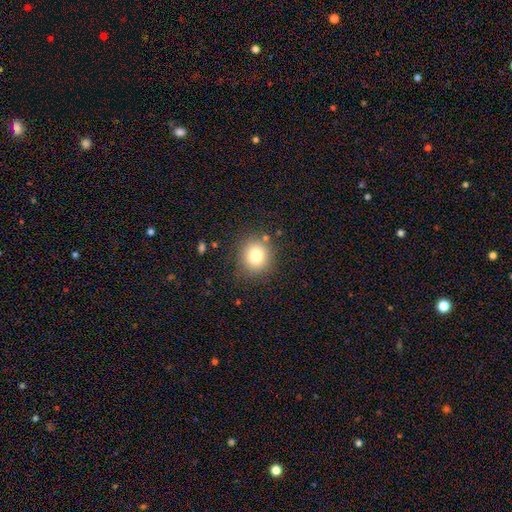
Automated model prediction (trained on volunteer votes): Smooth or featured?
  - smooth: 78% *
  - star or artifact: 12%
  - featured or disk: 10%
How rounded?
  - round: 83% *
  - in between: 16%
  - cigar-shaped: 1%
Merging?
  - none: 84% *
  - minor disturbance: 10%
  - major disturbance: 4%
  - merger: 3%